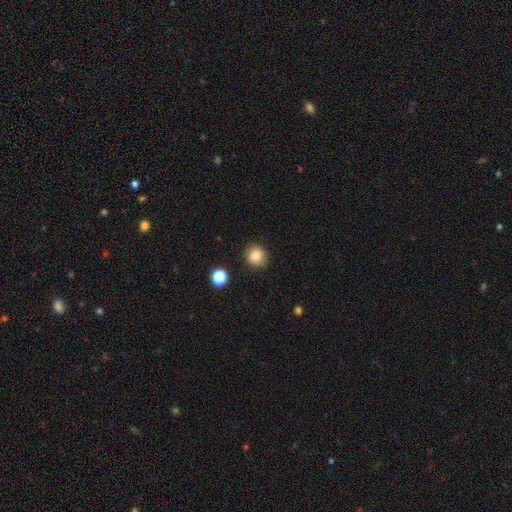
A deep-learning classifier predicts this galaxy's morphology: This appears to be a smooth galaxy with no disk features (86%) that is round (89%). Merging: none (85%).